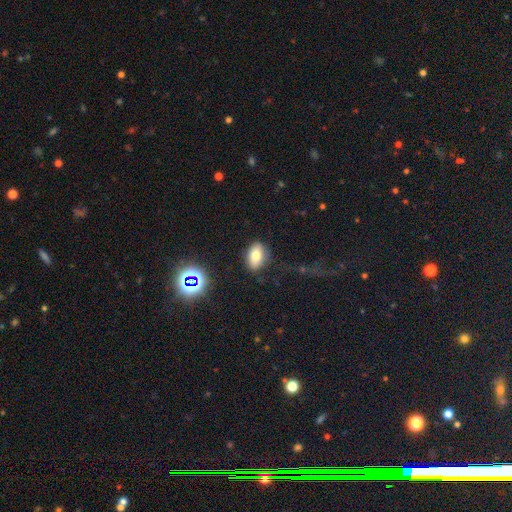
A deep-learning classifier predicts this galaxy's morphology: This is likely a smooth galaxy (72%). How rounded: clearly in between (85%). Merging: likely none (79%).